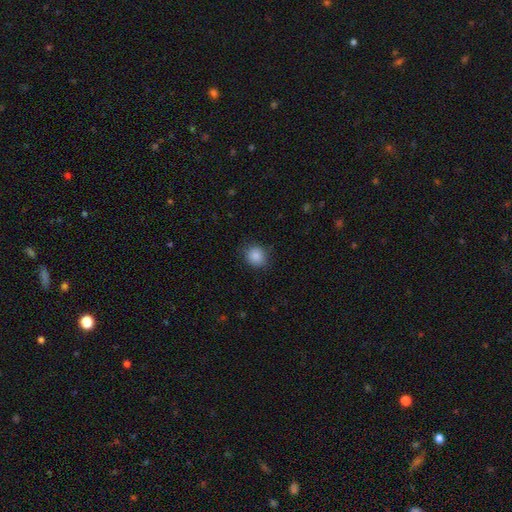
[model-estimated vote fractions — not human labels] smooth-or-featured: smooth: 87% | star or artifact: 9% | featured or disk: 4%
  how-rounded: round: 79% | in between: 20% | cigar-shaped: 1%
  merging: none: 83% | minor disturbance: 12% | major disturbance: 3% | merger: 1%